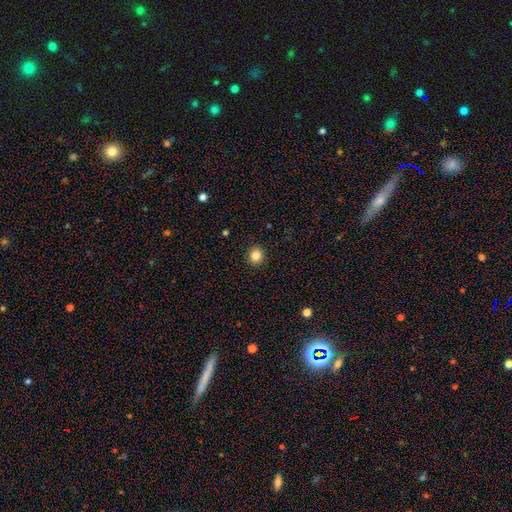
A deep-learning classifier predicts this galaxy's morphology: Overall: smooth (84%). How rounded: round (91%). Merging: none (92%).